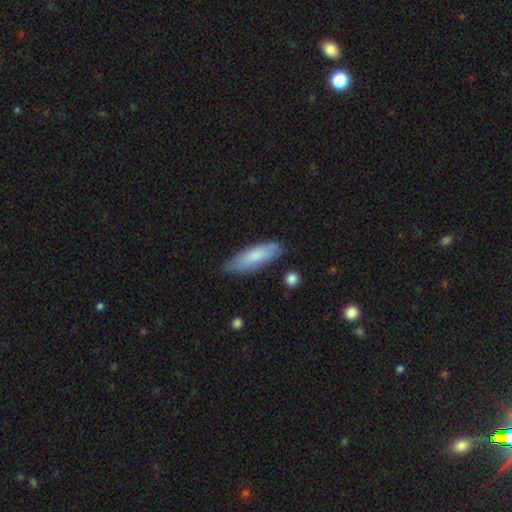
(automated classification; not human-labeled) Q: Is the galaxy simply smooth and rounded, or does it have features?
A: smooth — 75%.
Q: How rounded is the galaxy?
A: in between — 52%.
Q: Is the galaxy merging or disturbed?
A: none — 72%.